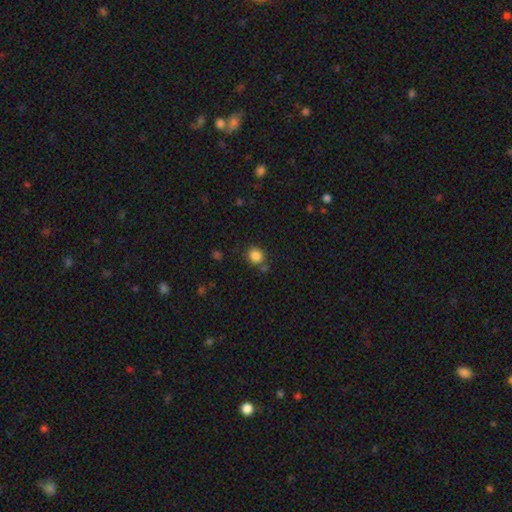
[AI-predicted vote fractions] Q: Smooth or featured?
A: smooth (85%); runner-up: star or artifact (11%)
Q: How rounded?
A: round (84%); runner-up: in between (15%)
Q: Merging?
A: none (77%); runner-up: minor disturbance (11%)